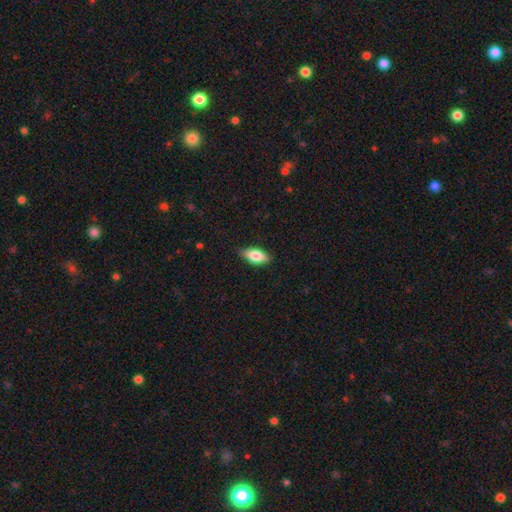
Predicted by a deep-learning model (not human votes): Morphology: type=smooth (77%); roundness=in between (86%); merging=none (85%).